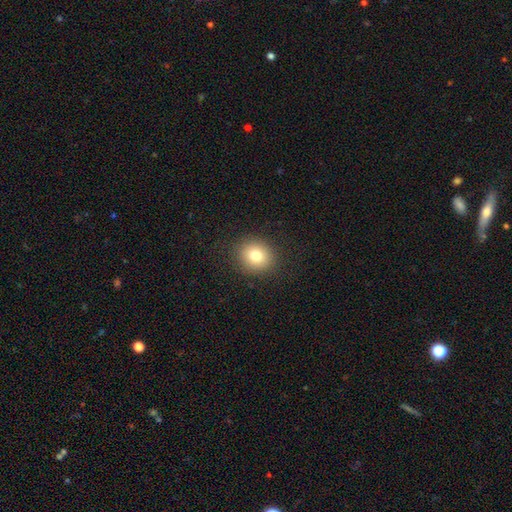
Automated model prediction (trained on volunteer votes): smooth 79%, star or artifact 12%, featured or disk 10%. Down the decision tree: how rounded — round (79%); merging — none (89%).